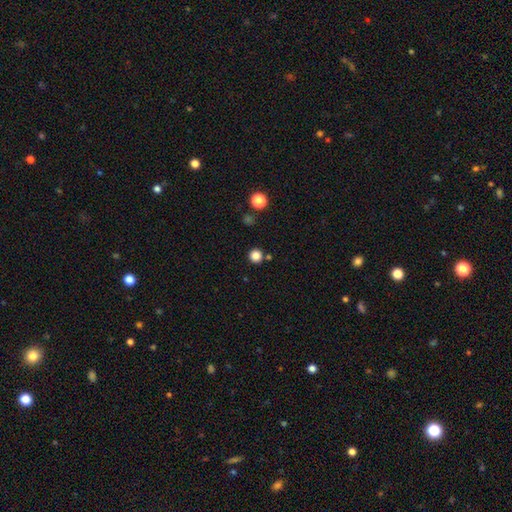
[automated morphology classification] Smooth or featured? Predicted: smooth (p=0.83). How rounded? Predicted: round (p=0.96). Merging? Predicted: none (p=0.87).